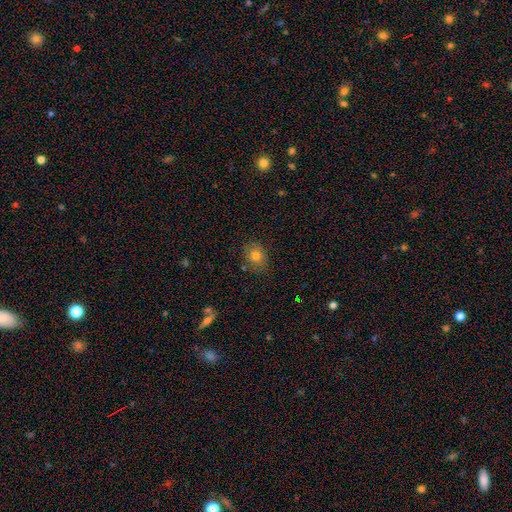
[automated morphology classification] Smooth or featured: smooth — 77% (star or artifact — 13%)
How rounded: round — 54% (in between — 44%)
Merging: none — 82% (minor disturbance — 13%)